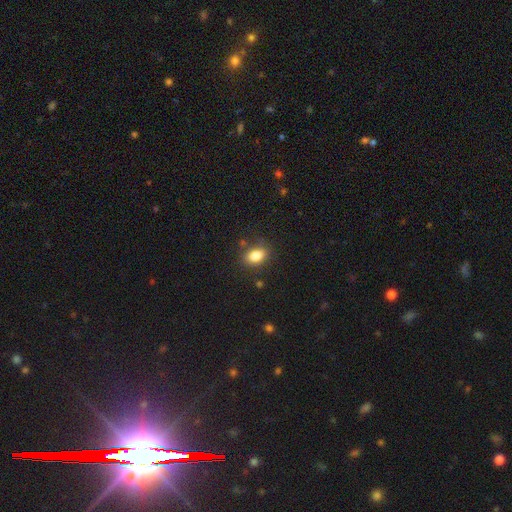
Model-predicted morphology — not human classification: Q: Smooth or featured?
A: smooth (83%); runner-up: star or artifact (10%)
Q: How rounded?
A: in between (79%); runner-up: round (20%)
Q: Merging?
A: none (81%); runner-up: minor disturbance (13%)